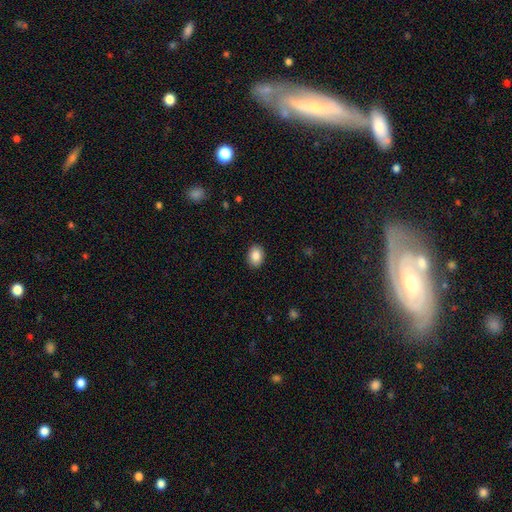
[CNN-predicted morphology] This appears to be a smooth galaxy with no disk features (87%) that is in between round and cigar-shaped (70%). Merging: none (90%).